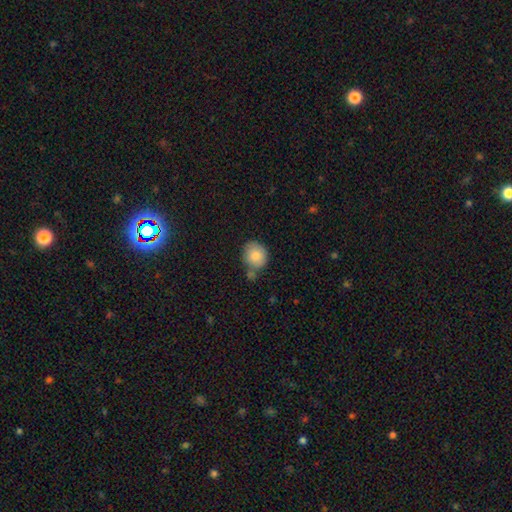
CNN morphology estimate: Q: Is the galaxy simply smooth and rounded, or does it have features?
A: smooth — 85%.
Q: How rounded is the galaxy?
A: round — 74%.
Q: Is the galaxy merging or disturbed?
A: none — 61%.